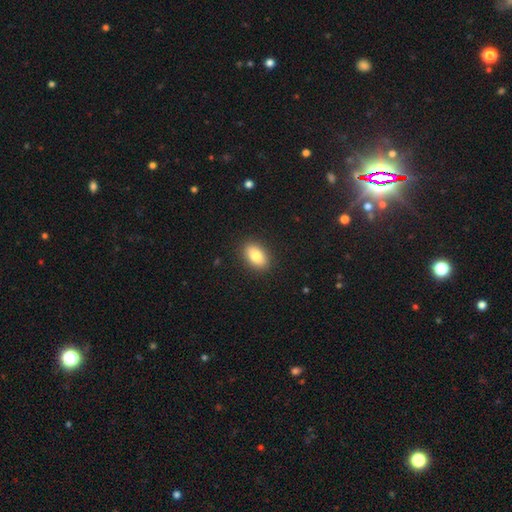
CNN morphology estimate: smooth-or-featured: smooth: 84% | featured or disk: 8% | star or artifact: 7%
  how-rounded: in between: 89% | round: 8% | cigar-shaped: 3%
  merging: none: 89% | minor disturbance: 8% | major disturbance: 2% | merger: 1%